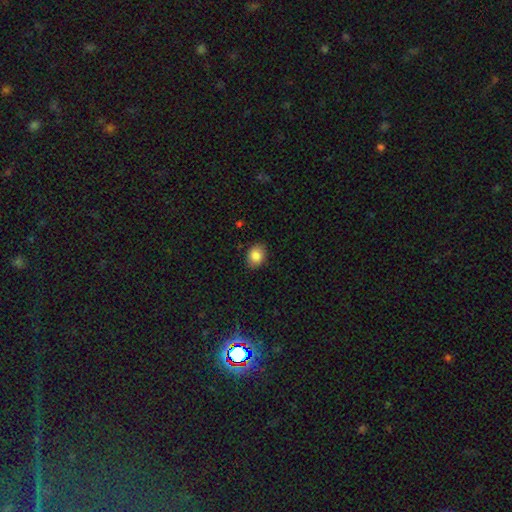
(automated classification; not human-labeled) Morphology: type=smooth (86%); roundness=in between (55%); merging=none (86%).